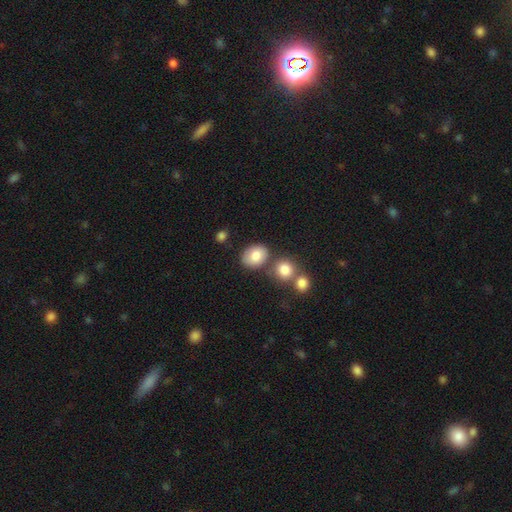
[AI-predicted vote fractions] This is clearly a smooth galaxy (83%). How rounded: possibly in between (57%). Merging: likely none (66%).